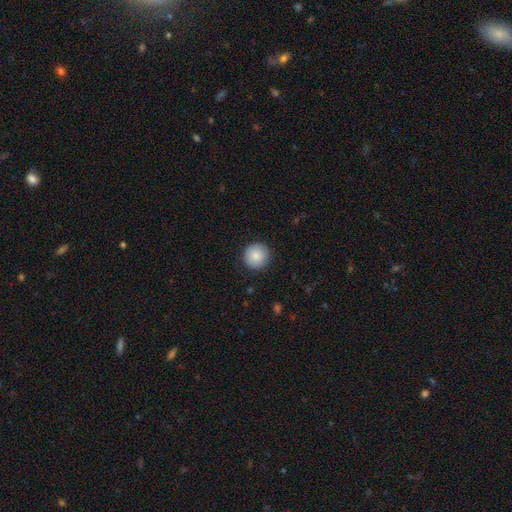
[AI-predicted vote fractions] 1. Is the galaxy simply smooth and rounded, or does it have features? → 87% smooth, 8% star or artifact, 5% featured or disk.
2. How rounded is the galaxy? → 96% round, 3% in between, 1% cigar-shaped.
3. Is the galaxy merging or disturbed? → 91% none, 6% minor disturbance, 2% major disturbance, 1% merger.